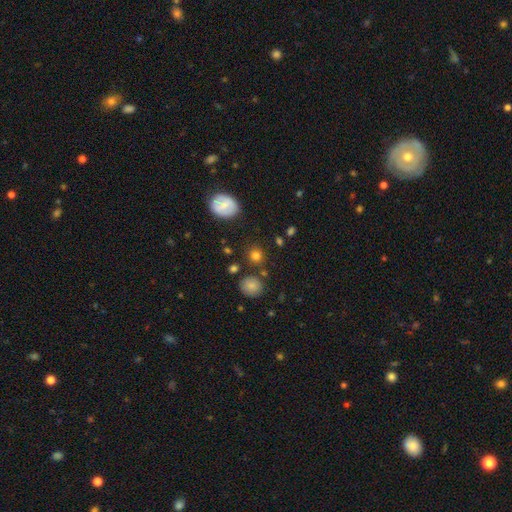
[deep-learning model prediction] Smooth or featured?
  - smooth: 81% *
  - star or artifact: 12%
  - featured or disk: 7%
How rounded?
  - round: 86% *
  - in between: 13%
  - cigar-shaped: 1%
Merging?
  - none: 83% *
  - minor disturbance: 9%
  - merger: 6%
  - major disturbance: 3%